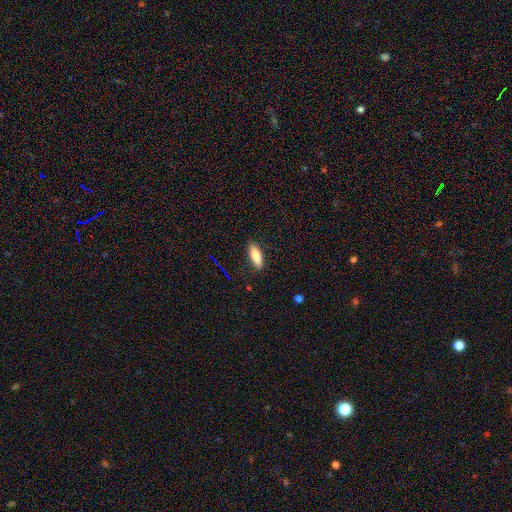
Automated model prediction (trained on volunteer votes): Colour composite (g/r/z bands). It shows a smooth galaxy with no disk features (81%) that is in between round and cigar-shaped (65%). Merging: none (87%).